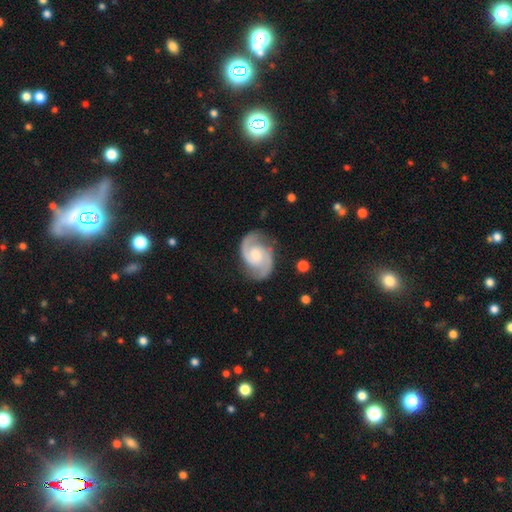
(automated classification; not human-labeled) Overall: featured or disk (91%). Edge-on disk: no (98%). Bar: no (55%; weak 38%). Spiral arms: yes (98%). Spiral arm count: 2 (94%). Spiral winding: medium (59%; tight 27%). Bulge size: moderate (46%; small 35%). Merging: none (80%).